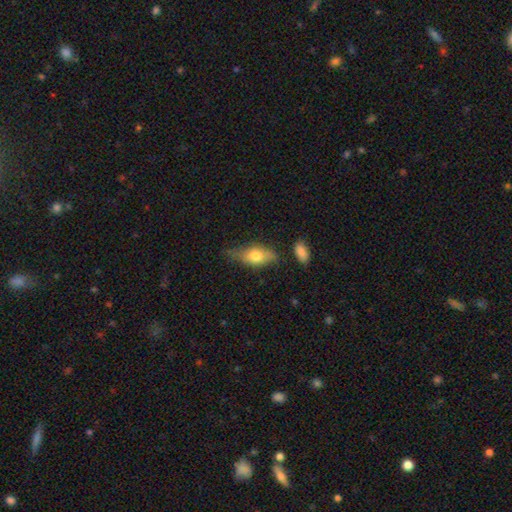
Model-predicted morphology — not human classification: smooth-or-featured: smooth: 68% | featured or disk: 25% | star or artifact: 7%
  how-rounded: in between: 79% | cigar-shaped: 14% | round: 6%
  merging: none: 56% | minor disturbance: 30% | major disturbance: 9% | merger: 5%